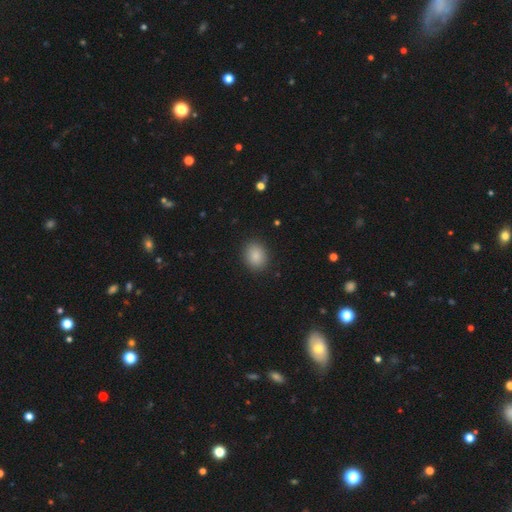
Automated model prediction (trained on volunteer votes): Q: Smooth or featured?
A: smooth (87%); runner-up: star or artifact (9%)
Q: How rounded?
A: round (52%); runner-up: in between (47%)
Q: Merging?
A: none (89%); runner-up: minor disturbance (8%)